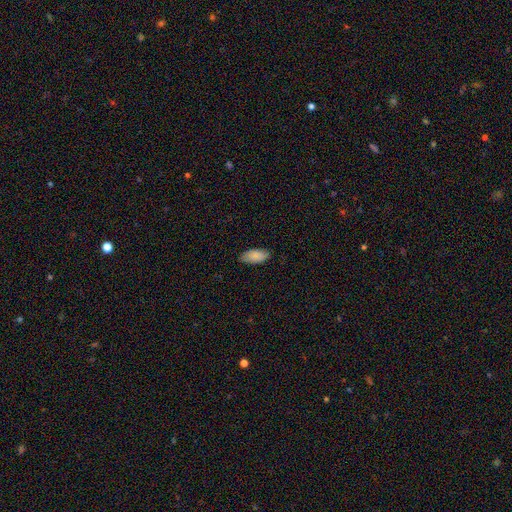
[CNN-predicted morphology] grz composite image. It shows a smooth galaxy with no disk features (87%) that is in between round and cigar-shaped (91%). Merging: none (83%).